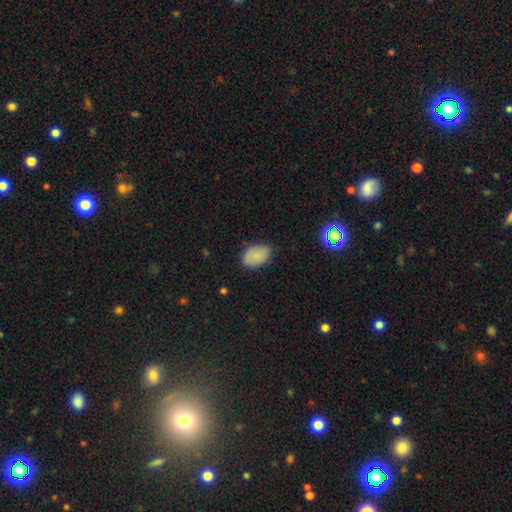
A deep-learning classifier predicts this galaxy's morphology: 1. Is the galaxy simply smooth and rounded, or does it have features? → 84% smooth, 8% featured or disk, 8% star or artifact.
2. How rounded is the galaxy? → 86% in between, 13% round, 1% cigar-shaped.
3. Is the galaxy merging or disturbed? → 82% none, 14% minor disturbance, 3% major disturbance, 1% merger.